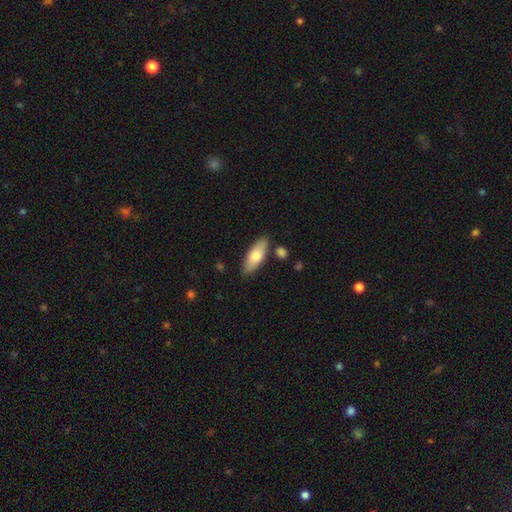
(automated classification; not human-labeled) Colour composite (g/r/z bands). It shows a smooth galaxy with no disk features (72%) that is in between round and cigar-shaped (73%). Merging: none (83%).